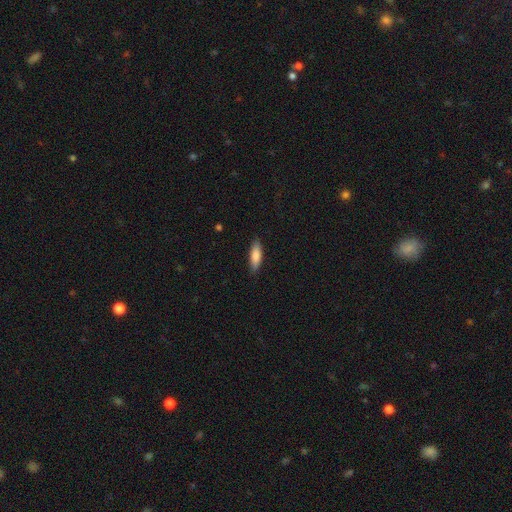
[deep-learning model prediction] smooth 83%, featured or disk 11%, star or artifact 6%. Down the decision tree: how rounded — cigar-shaped (50%); merging — none (86%).